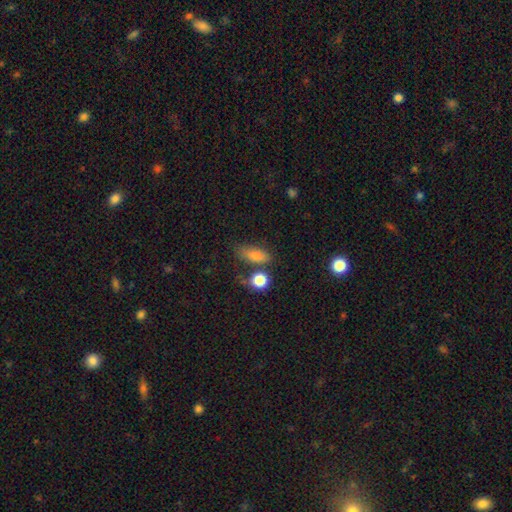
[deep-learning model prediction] Smooth or featured?
  - smooth: 80% *
  - star or artifact: 11%
  - featured or disk: 9%
How rounded?
  - in between: 73% *
  - cigar-shaped: 17%
  - round: 9%
Merging?
  - none: 65% *
  - minor disturbance: 18%
  - merger: 10%
  - major disturbance: 7%